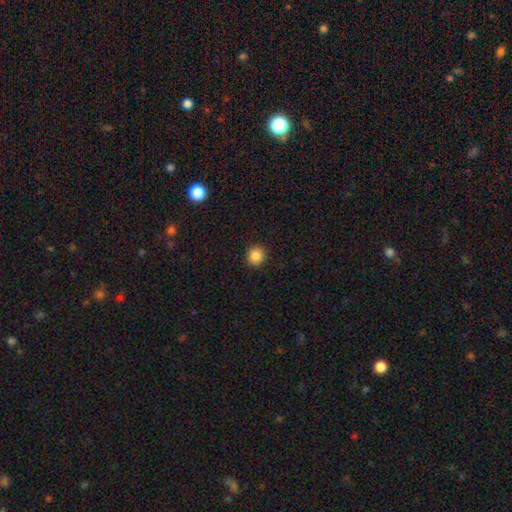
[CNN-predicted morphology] smooth 86%, star or artifact 10%, featured or disk 4%. Down the decision tree: how rounded — round (88%); merging — none (92%).